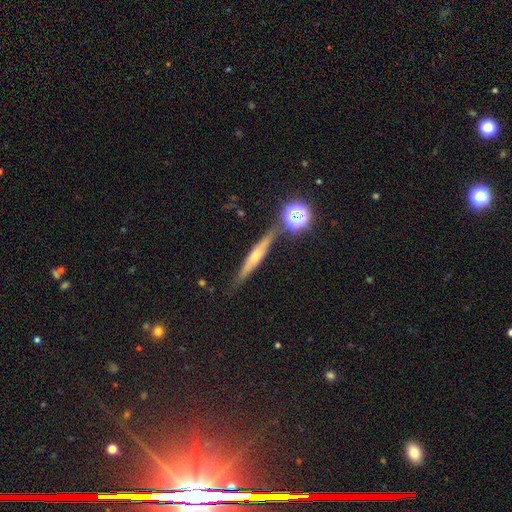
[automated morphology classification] smooth_or_featured: featured or disk (p=0.58) [alt: smooth p=0.29]
disk_edge_on: yes (p=0.93) [alt: no p=0.07]
edge_on_bulge: rounded (p=0.76) [alt: none p=0.17]
merging: none (p=0.81) [alt: minor disturbance p=0.11]